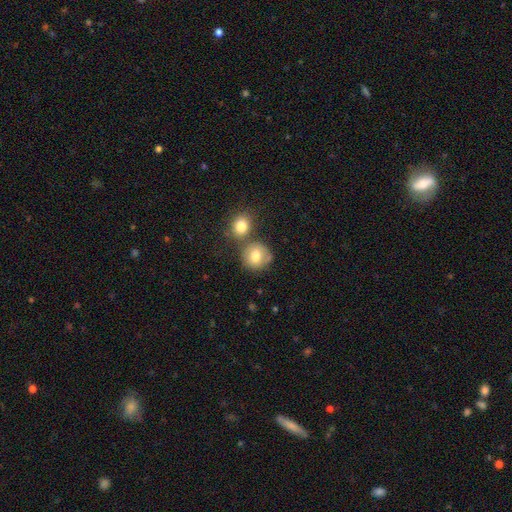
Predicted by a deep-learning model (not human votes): Q: Smooth or featured?
A: smooth (76%); runner-up: featured or disk (14%)
Q: How rounded?
A: round (86%); runner-up: in between (13%)
Q: Merging?
A: none (58%); runner-up: merger (26%)